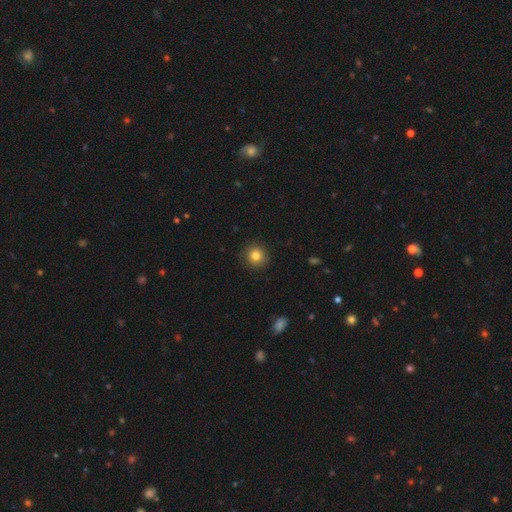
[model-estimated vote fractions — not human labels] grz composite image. It shows a smooth galaxy with no disk features (82%) that is round (93%). Merging: none (91%).